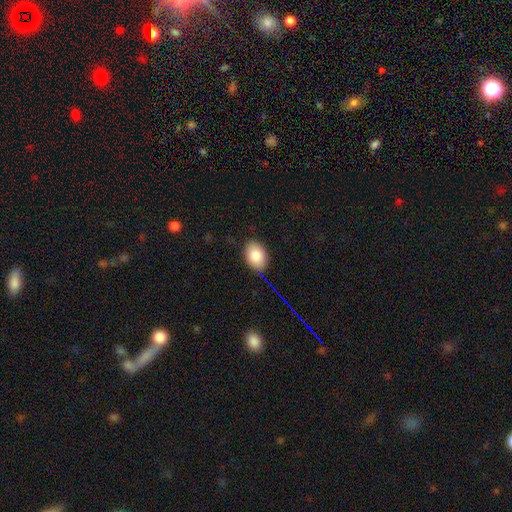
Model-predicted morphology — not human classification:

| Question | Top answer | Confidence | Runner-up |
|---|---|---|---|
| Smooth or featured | smooth | 86% | star or artifact (8%) |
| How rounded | in between | 76% | round (23%) |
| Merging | none | 84% | minor disturbance (12%) |